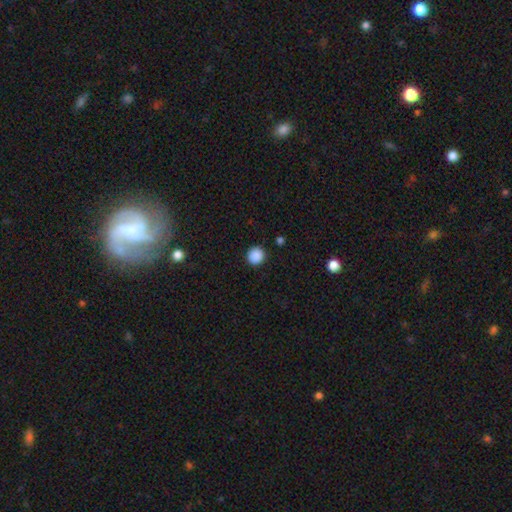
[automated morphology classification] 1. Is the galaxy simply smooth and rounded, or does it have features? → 88% smooth, 9% star or artifact, 2% featured or disk.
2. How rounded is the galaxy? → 93% round, 6% in between, 1% cigar-shaped.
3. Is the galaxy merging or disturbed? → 91% none, 5% minor disturbance, 2% major disturbance, 1% merger.